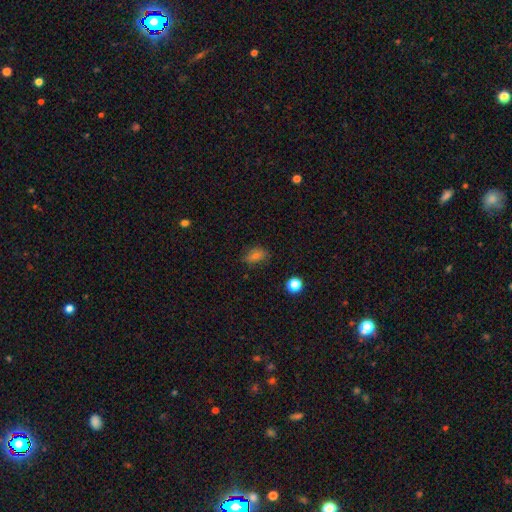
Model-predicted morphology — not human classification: smooth_or_featured: smooth (p=0.68) [alt: star or artifact p=0.18]
how_rounded: in between (p=0.74) [alt: round p=0.24]
merging: none (p=0.77) [alt: minor disturbance p=0.17]